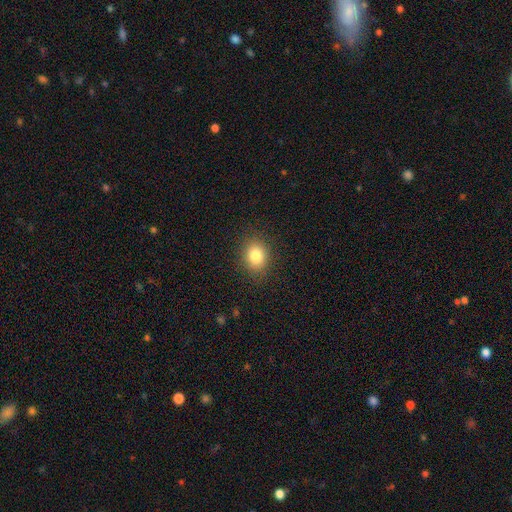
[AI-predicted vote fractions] A smooth galaxy with no disk features (82%) that is round (55%). Merging: none (88%).